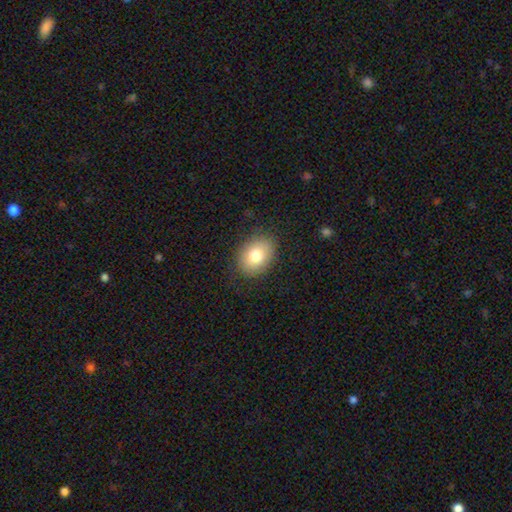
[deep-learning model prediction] Morphology: type=smooth (80%); roundness=in between (71%); merging=none (84%).